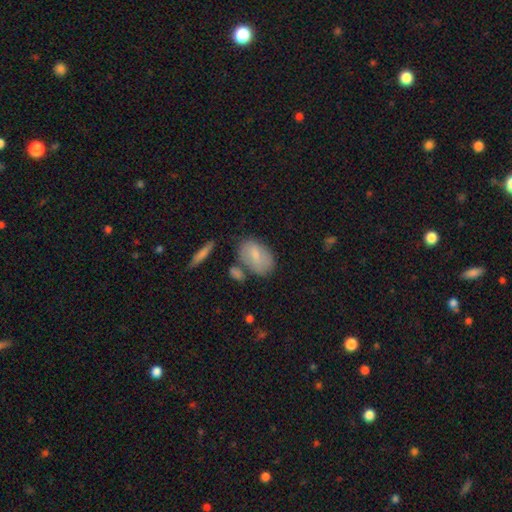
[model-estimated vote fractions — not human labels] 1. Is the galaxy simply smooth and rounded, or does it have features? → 73% smooth, 20% featured or disk, 7% star or artifact.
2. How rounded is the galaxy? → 89% in between, 8% round, 3% cigar-shaped.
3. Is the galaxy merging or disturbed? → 55% none, 22% minor disturbance, 14% merger, 8% major disturbance.